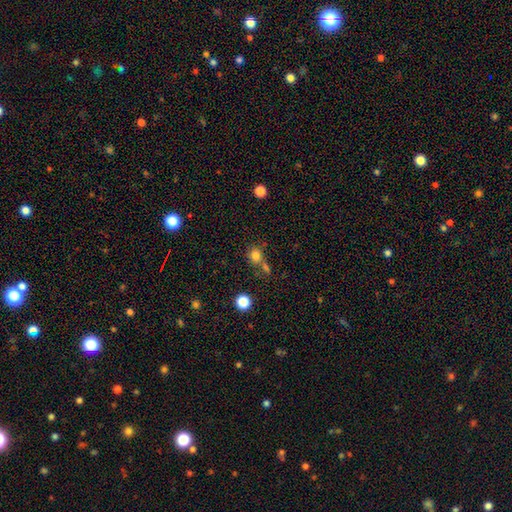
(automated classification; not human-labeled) Smooth or featured? Predicted: smooth (p=0.79). How rounded? Predicted: round (p=0.83). Merging? Predicted: none (p=0.58).